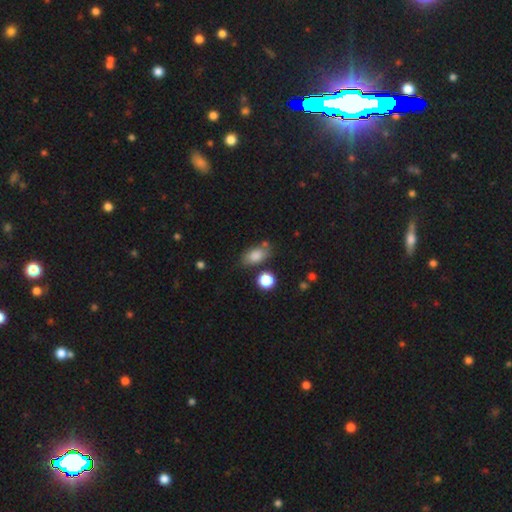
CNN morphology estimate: Smooth or featured? smooth (82%)
How rounded? in between (86%)
Merging? none (68%)